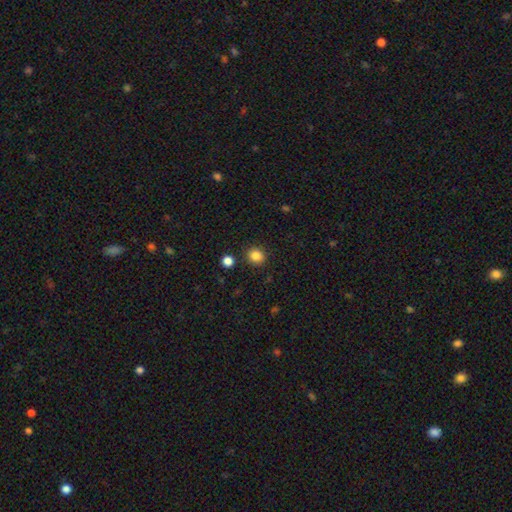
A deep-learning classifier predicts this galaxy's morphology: Smooth or featured? smooth (85%)
How rounded? round (81%)
Merging? none (87%)